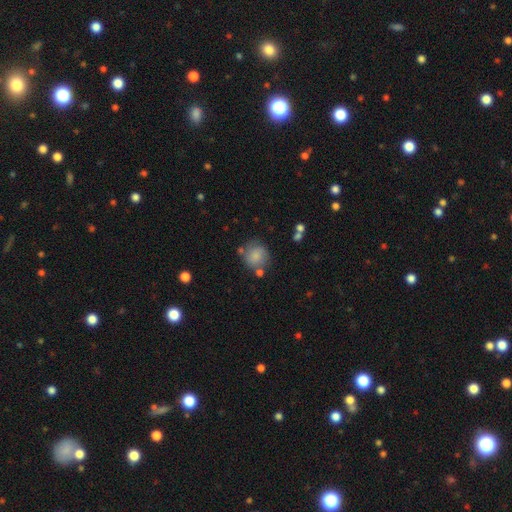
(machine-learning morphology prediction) smooth 74%, featured or disk 17%, star or artifact 9%. Down the decision tree: how rounded — round (86%); merging — none (68%).